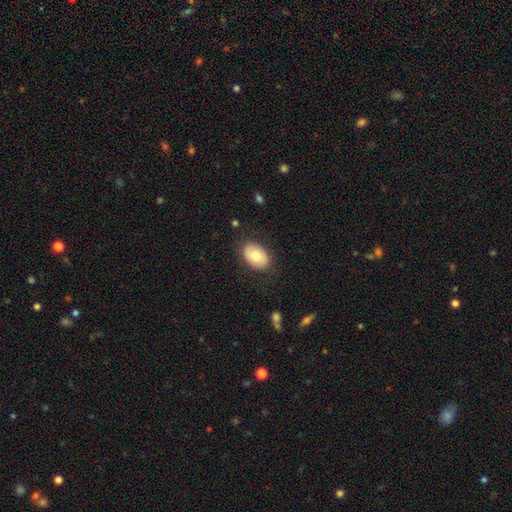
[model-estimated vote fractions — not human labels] smooth-or-featured: smooth: 77% | featured or disk: 17% | star or artifact: 6%
  how-rounded: in between: 86% | round: 13% | cigar-shaped: 1%
  merging: none: 84% | minor disturbance: 12% | major disturbance: 3% | merger: 1%